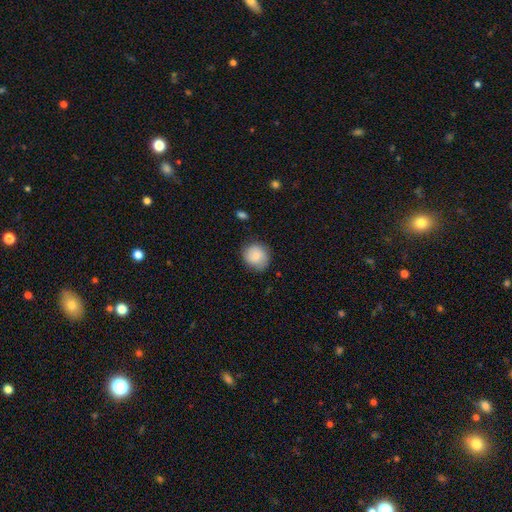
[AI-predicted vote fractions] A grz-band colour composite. It shows a smooth galaxy with no disk features (78%) that is round (82%). Merging: none (77%).